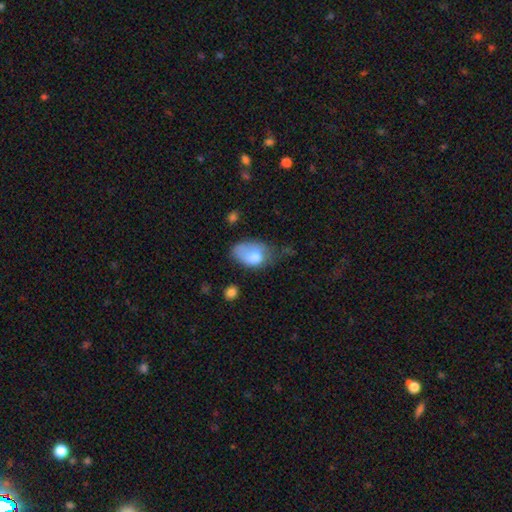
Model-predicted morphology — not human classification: Smooth or featured? Predicted: smooth (p=0.71). How rounded? Predicted: in between (p=0.85). Merging? Predicted: minor disturbance (p=0.37).